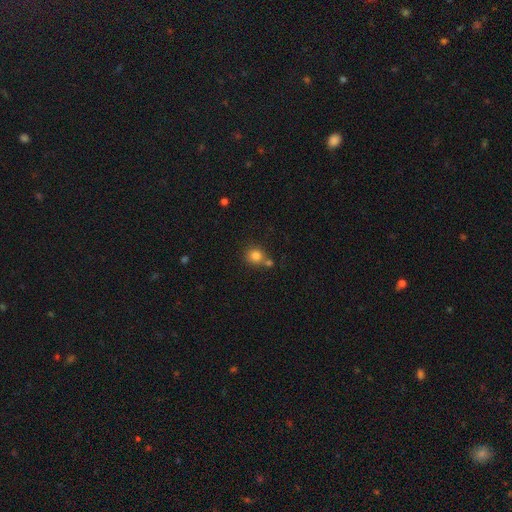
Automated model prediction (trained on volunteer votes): Smooth or featured?
  - smooth: 82% *
  - star or artifact: 11%
  - featured or disk: 6%
How rounded?
  - round: 88% *
  - in between: 11%
  - cigar-shaped: 1%
Merging?
  - none: 61% *
  - merger: 26%
  - minor disturbance: 10%
  - major disturbance: 4%